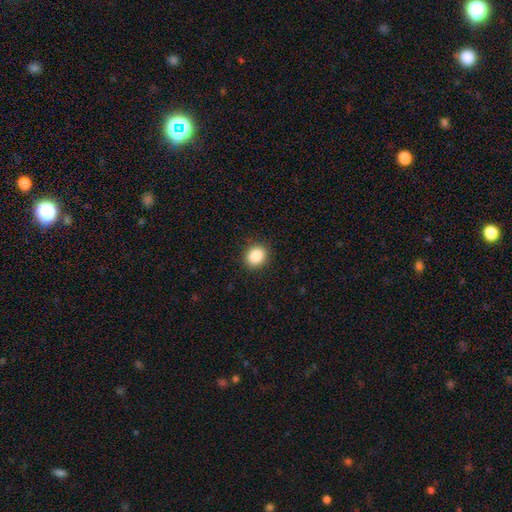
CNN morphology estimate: This is clearly a smooth galaxy (88%). How rounded: likely round (63%). Merging: clearly none (89%).